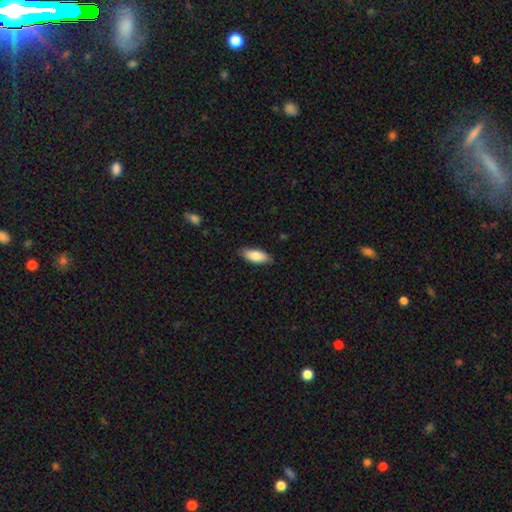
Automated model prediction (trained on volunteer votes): Smooth or featured? Predicted: smooth (p=0.83). How rounded? Predicted: in between (p=0.83). Merging? Predicted: none (p=0.85).